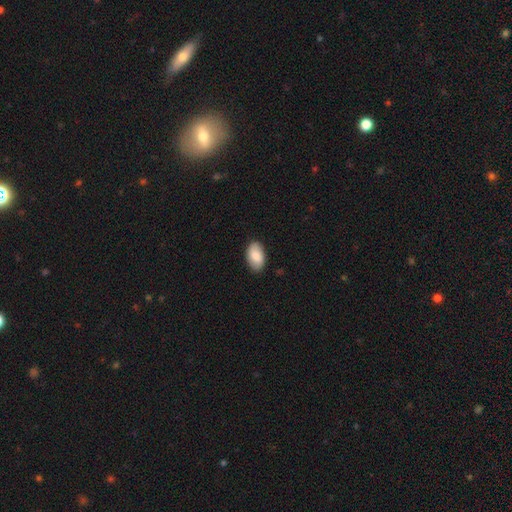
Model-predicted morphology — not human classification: A smooth galaxy with no disk features (85%) that is in between round and cigar-shaped (94%).

Vote fractions:
- Smooth or featured? smooth: 85% / featured or disk: 10% / star or artifact: 6%
- How rounded? in between: 94% / round: 4% / cigar-shaped: 1%
- Merging? none: 87% / minor disturbance: 10% / major disturbance: 2% / merger: 1%